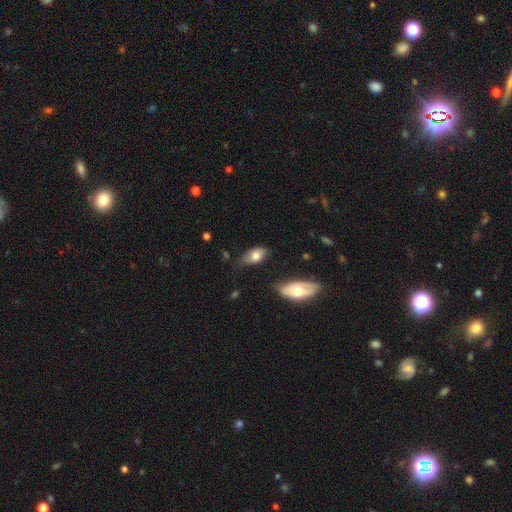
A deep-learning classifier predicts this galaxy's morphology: smooth_or_featured: smooth (p=0.73) [alt: featured or disk p=0.20]
how_rounded: in between (p=0.91) [alt: round p=0.05]
merging: none (p=0.67) [alt: minor disturbance p=0.25]